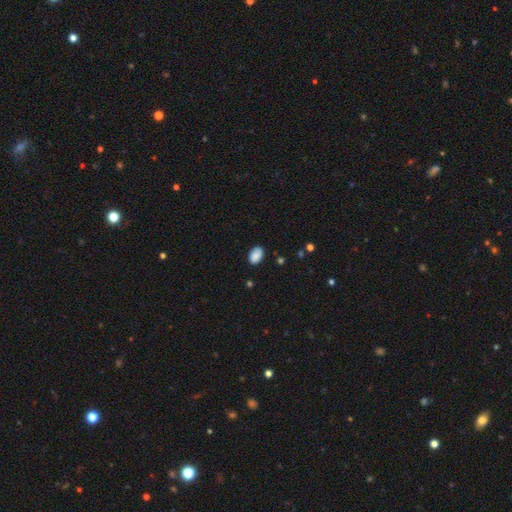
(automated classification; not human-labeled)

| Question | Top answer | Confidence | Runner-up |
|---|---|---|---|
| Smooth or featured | smooth | 85% | star or artifact (8%) |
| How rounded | in between | 88% | round (11%) |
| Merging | none | 80% | minor disturbance (16%) |